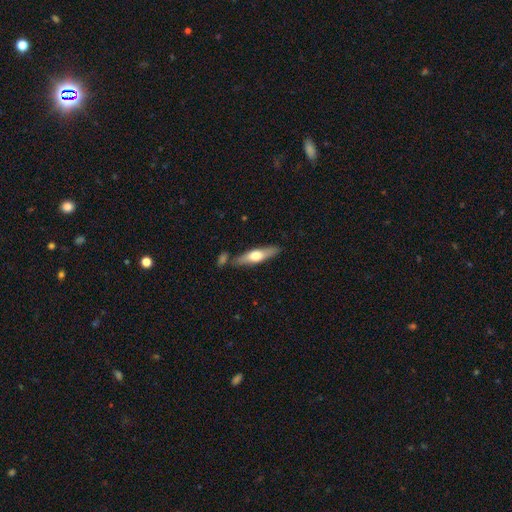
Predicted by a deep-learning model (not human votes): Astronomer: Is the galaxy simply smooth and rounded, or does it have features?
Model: featured or disk — 48% (runner-up: smooth, 47%).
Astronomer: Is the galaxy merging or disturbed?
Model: none — 77%.